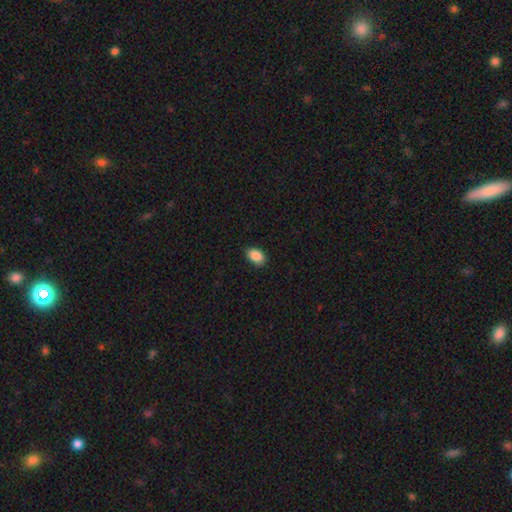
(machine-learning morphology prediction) The model was most divided on "merging": none: 84%, minor disturbance: 13%, major disturbance: 2%, merger: 1%. More confident: smooth or featured — smooth (88%); how rounded — in between (87%).